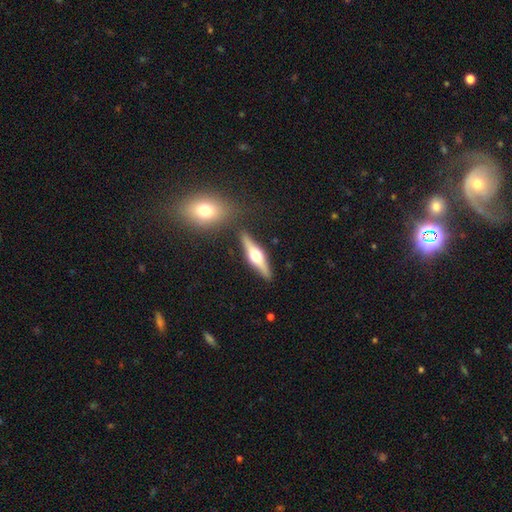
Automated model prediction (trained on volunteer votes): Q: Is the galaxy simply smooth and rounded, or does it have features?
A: featured or disk — 69%.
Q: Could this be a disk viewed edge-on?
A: yes — 96%.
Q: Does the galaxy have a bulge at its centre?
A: rounded — 95%.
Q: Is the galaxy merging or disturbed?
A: none — 85%.